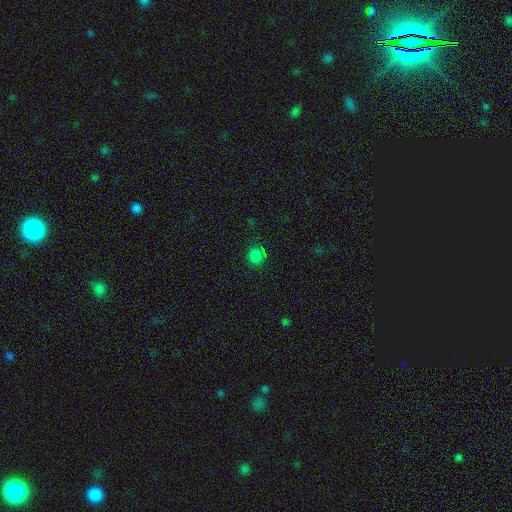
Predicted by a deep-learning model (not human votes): A smooth galaxy with no disk features (75%) that is round (87%).

Vote fractions:
- Smooth or featured? smooth: 75% / star or artifact: 21% / featured or disk: 4%
- How rounded? round: 87% / in between: 12% / cigar-shaped: 1%
- Merging? none: 83% / minor disturbance: 11% / major disturbance: 4% / merger: 2%